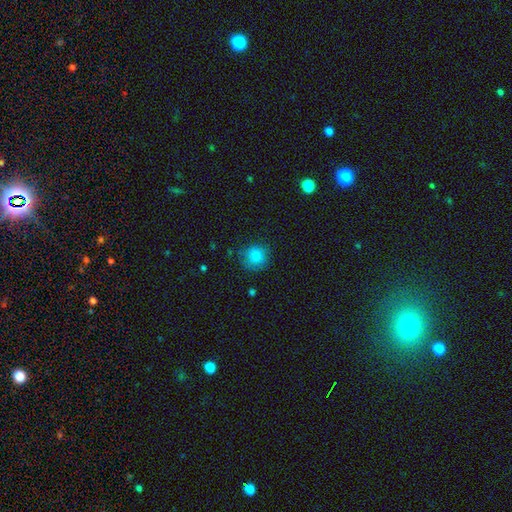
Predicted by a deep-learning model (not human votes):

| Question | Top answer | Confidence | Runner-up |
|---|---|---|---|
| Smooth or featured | smooth | 83% | star or artifact (10%) |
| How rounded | round | 91% | in between (8%) |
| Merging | none | 81% | minor disturbance (15%) |